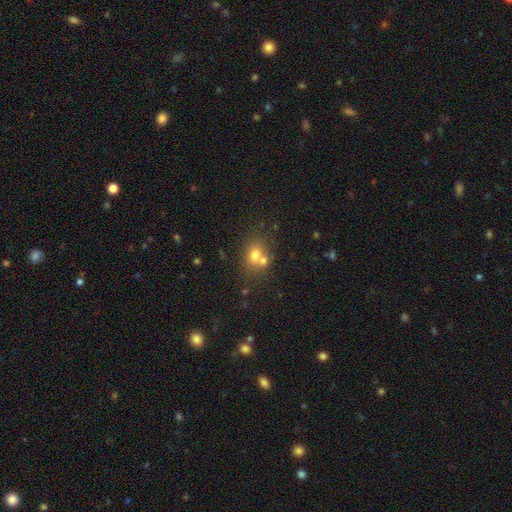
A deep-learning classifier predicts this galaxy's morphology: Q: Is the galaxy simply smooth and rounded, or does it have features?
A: smooth — 69%.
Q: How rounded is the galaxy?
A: round — 56%.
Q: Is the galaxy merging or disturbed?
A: none — 45%.